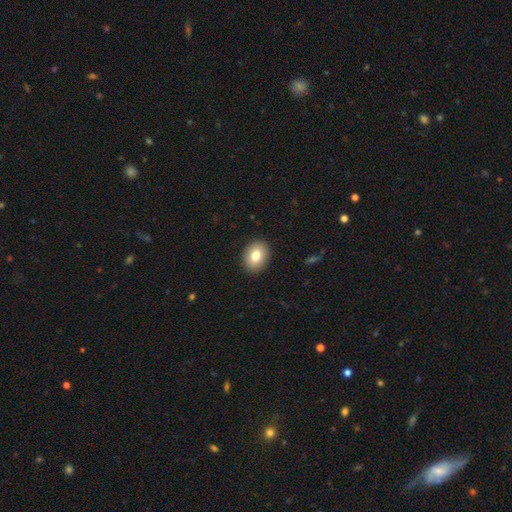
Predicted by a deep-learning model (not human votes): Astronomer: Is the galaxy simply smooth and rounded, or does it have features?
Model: smooth — 79%.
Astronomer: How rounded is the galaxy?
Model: in between — 64%.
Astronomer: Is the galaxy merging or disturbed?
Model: none — 91%.